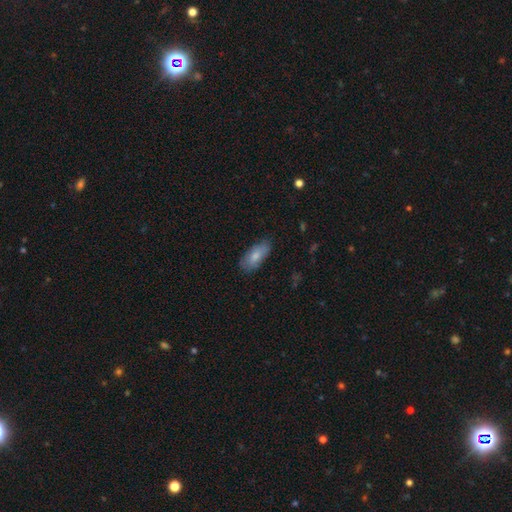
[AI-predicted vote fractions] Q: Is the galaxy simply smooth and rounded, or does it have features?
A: smooth — 79%.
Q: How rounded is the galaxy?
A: in between — 86%.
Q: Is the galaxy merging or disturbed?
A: none — 78%.